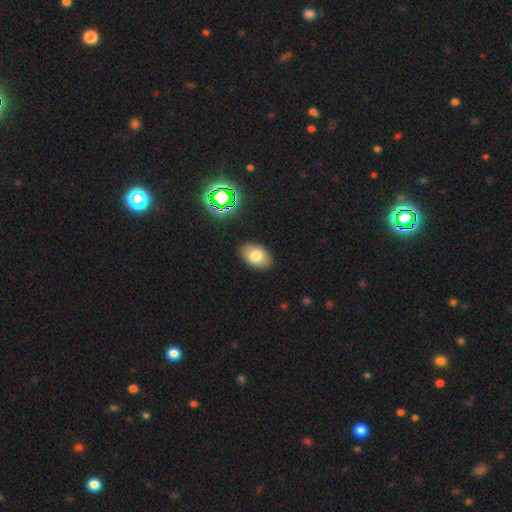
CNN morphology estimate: Smooth or featured? smooth (78%)
How rounded? in between (88%)
Merging? none (87%)